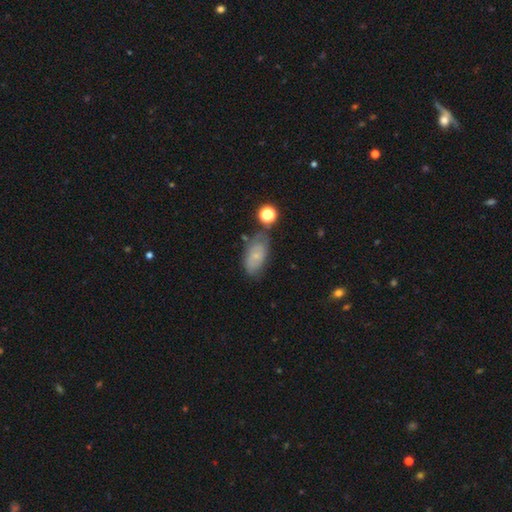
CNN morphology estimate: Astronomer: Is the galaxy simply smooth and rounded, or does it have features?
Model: smooth — 54% (runner-up: featured or disk, 36%).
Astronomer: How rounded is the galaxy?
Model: in between — 89%.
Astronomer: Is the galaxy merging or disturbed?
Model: none — 54%.